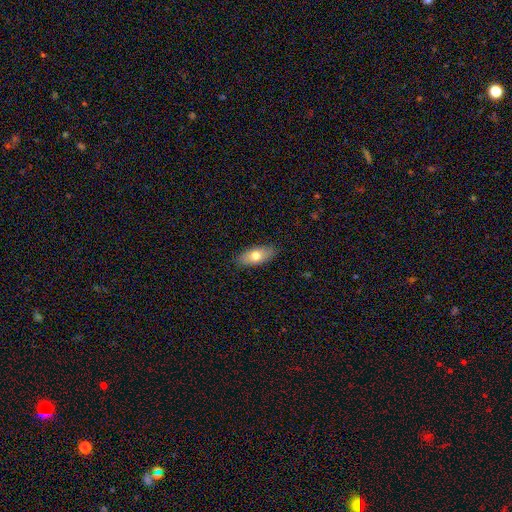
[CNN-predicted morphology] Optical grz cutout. It shows a smooth galaxy with no disk features (72%) that is in between round and cigar-shaped (86%). Merging: none (87%).